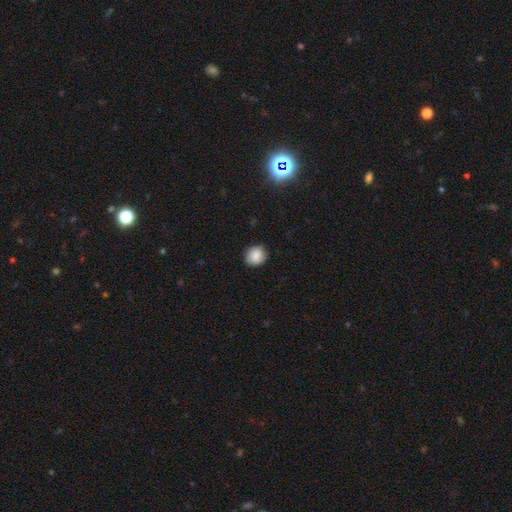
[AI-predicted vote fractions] smooth 86%, star or artifact 9%, featured or disk 5%. Down the decision tree: how rounded — round (82%); merging — none (85%).